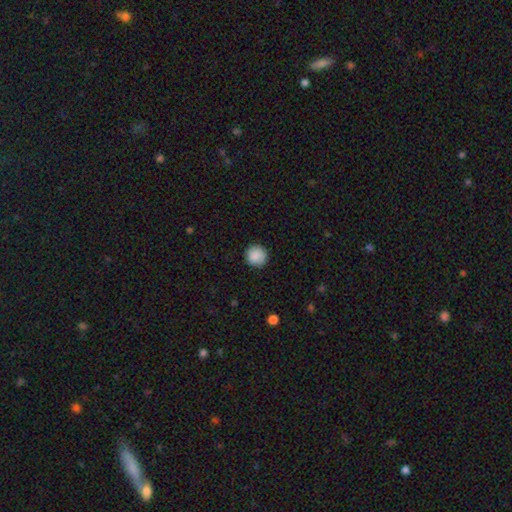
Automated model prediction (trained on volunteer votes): This is clearly a smooth galaxy (88%). How rounded: clearly round (94%). Merging: clearly none (89%).